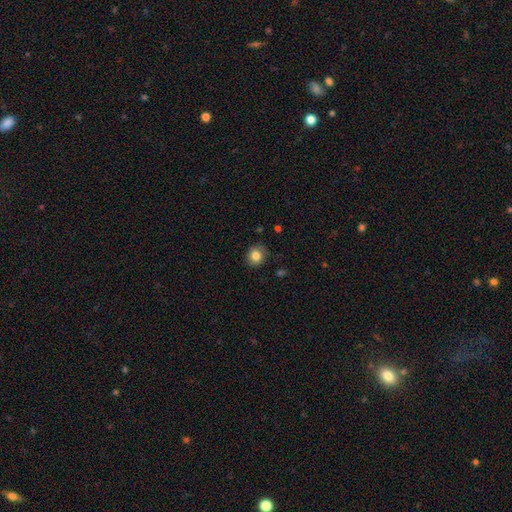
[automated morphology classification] This appears to be a smooth galaxy with no disk features (82%) that is round (83%). Merging: none (85%).